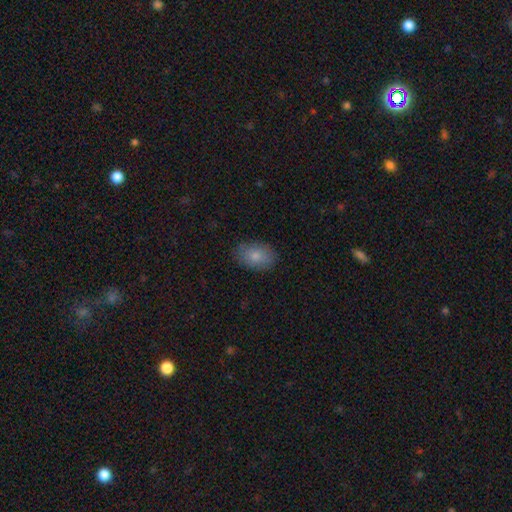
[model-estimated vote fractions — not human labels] Q: Smooth or featured?
A: smooth (83%); runner-up: featured or disk (10%)
Q: How rounded?
A: in between (86%); runner-up: round (13%)
Q: Merging?
A: none (84%); runner-up: minor disturbance (13%)